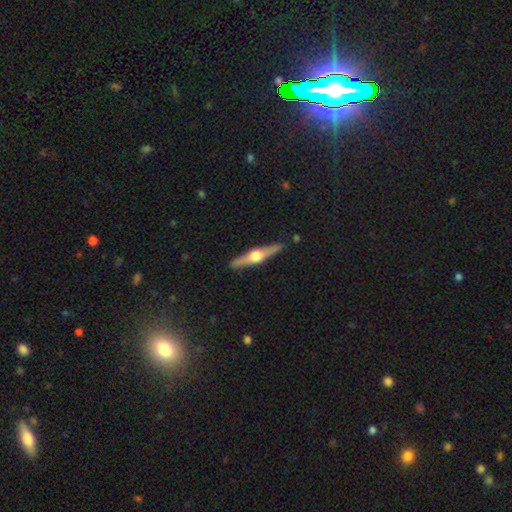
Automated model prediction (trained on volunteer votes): This appears to be a featured or disk galaxy (76%) viewed edge-on (98%) with a rounded central bulge (96%). Merging: none (90%).